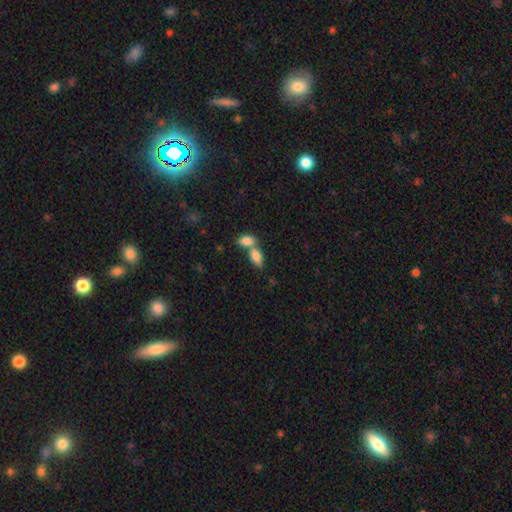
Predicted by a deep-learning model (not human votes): Smooth or featured? Predicted: smooth (p=0.83). How rounded? Predicted: in between (p=0.90). Merging? Predicted: merger (p=0.59).